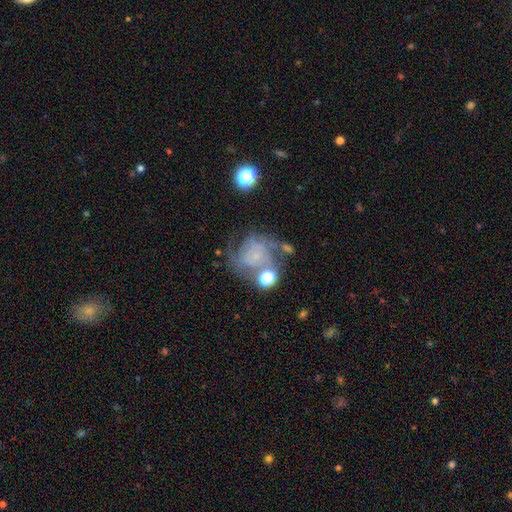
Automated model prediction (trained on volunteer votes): Smooth or featured?
  - featured or disk: 62% *
  - smooth: 25%
  - star or artifact: 13%
Edge-on disk?
  - no: 98% *
  - yes: 2%
Bar?
  - no: 76% *
  - weak: 20%
  - strong: 4%
Spiral arms?
  - yes: 81% *
  - no: 19%
Bulge size?
  - small: 53% *
  - none: 32%
  - moderate: 10%
  - large: 3%
  - dominant: 2%
Merging?
  - none: 44% *
  - major disturbance: 24%
  - minor disturbance: 21%
  - merger: 11%